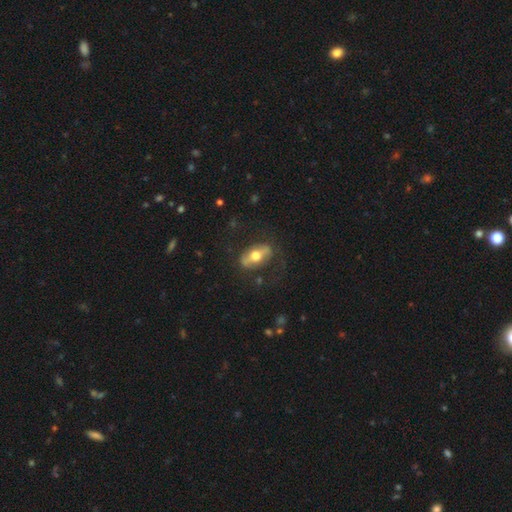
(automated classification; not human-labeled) Morphology: type=featured or disk (51%); edge-on=no (70%); merging=none (69%).